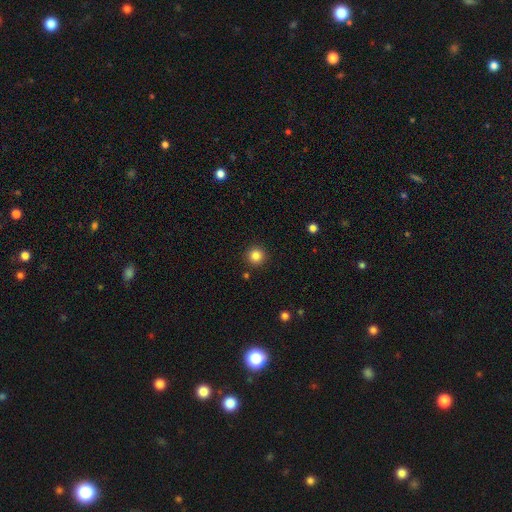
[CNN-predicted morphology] Overall: smooth (85%). How rounded: round (95%). Merging: none (92%).